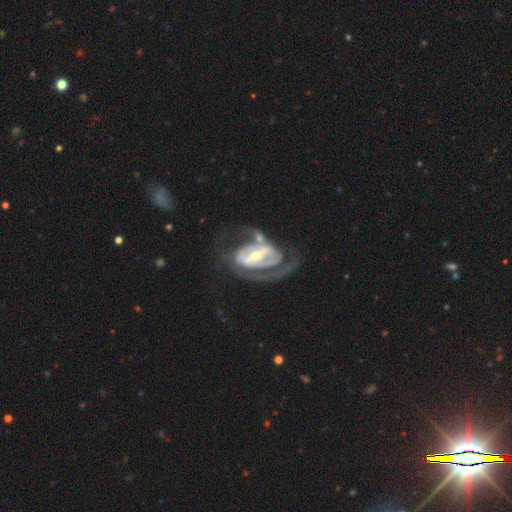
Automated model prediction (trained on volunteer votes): smooth_or_featured: featured or disk (p=0.87) [alt: smooth p=0.08]
disk_edge_on: no (p=0.95) [alt: yes p=0.05]
bar: strong (p=0.63) [alt: weak p=0.24]
has_spiral_arms: yes (p=0.83) [alt: no p=0.17]
spiral_winding: medium (p=0.43) [alt: tight p=0.36]
spiral_arm_count: 2 (p=0.73) [alt: can't tell p=0.11]
bulge_size: moderate (p=0.49) [alt: small p=0.45]
merging: none (p=0.43) [alt: major disturbance p=0.29]